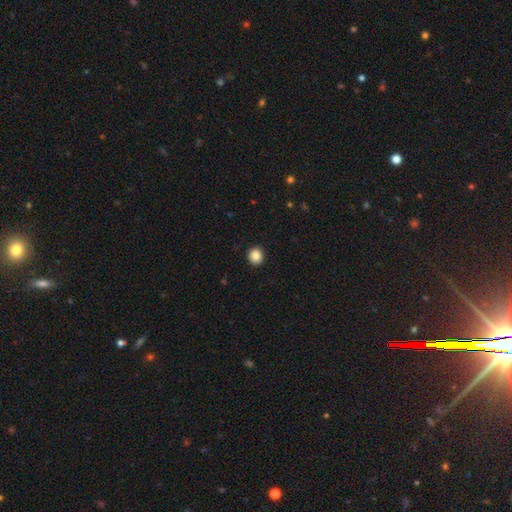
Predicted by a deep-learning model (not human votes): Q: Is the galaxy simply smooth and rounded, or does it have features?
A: smooth — 87%.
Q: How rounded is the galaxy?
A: round — 86%.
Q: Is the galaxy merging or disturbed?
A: none — 93%.